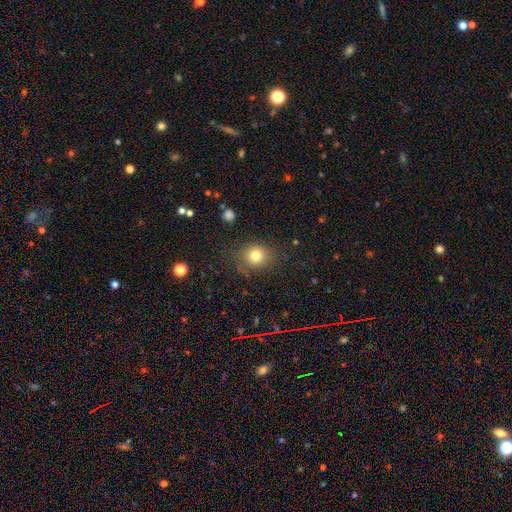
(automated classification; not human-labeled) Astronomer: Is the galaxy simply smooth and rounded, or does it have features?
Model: smooth — 79%.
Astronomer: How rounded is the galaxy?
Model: round — 76%.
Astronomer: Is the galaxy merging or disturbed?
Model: none — 78%.